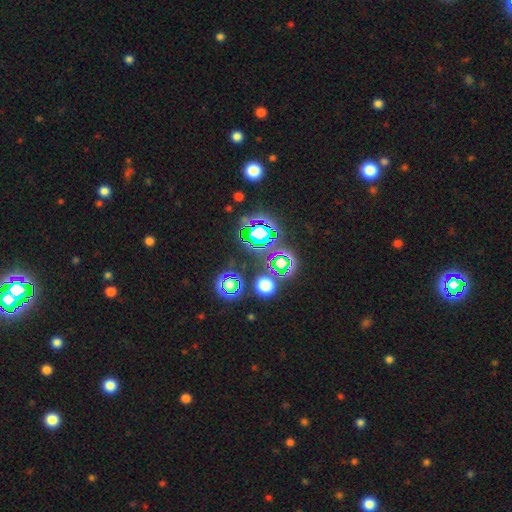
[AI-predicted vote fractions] The model was most divided on "smooth or featured": star or artifact: 76%, smooth: 16%, featured or disk: 8%.